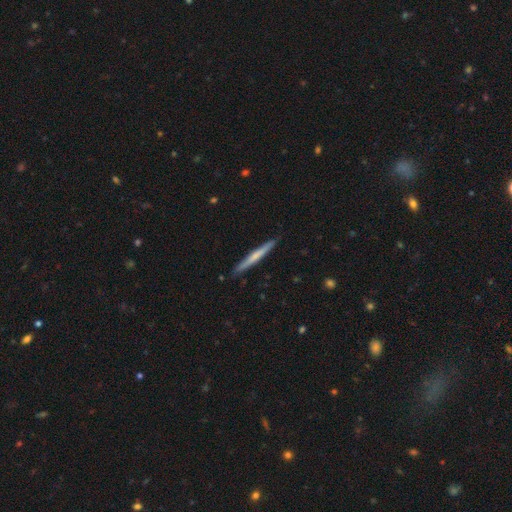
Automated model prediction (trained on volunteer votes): smooth-or-featured: smooth: 51% | featured or disk: 44% | star or artifact: 5%
  how-rounded: cigar-shaped: 97% | in between: 2% | round: 1%
  merging: none: 90% | minor disturbance: 7% | major disturbance: 1% | merger: 1%